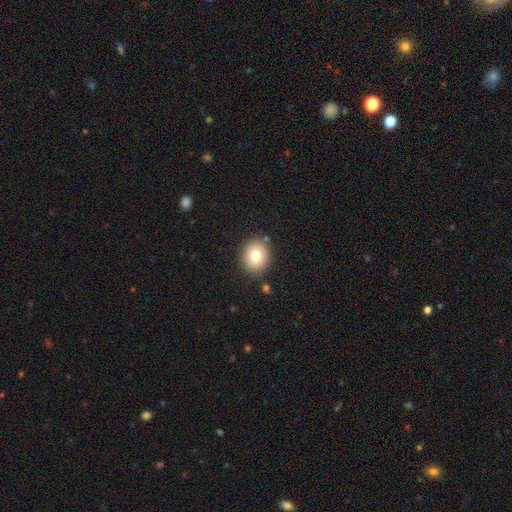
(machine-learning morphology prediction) Smooth or featured? Predicted: smooth (p=0.76). How rounded? Predicted: round (p=0.72). Merging? Predicted: none (p=0.84).